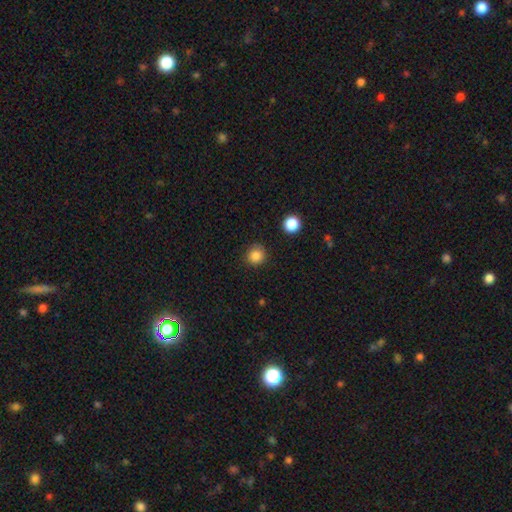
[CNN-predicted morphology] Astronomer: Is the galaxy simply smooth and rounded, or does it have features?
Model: smooth — 85%.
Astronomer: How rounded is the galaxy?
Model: round — 91%.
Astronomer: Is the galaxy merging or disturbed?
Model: none — 88%.